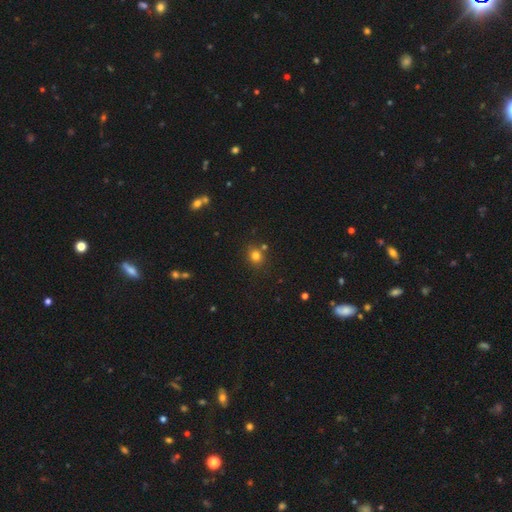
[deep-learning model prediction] Q: Smooth or featured?
A: smooth (78%); runner-up: star or artifact (15%)
Q: How rounded?
A: round (78%); runner-up: in between (21%)
Q: Merging?
A: none (76%); runner-up: merger (11%)